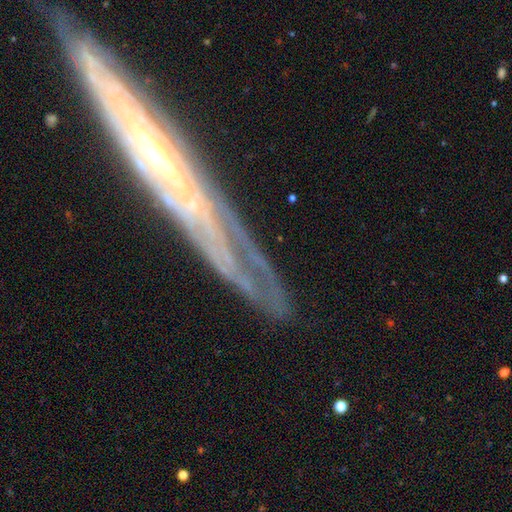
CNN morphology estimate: Q: Smooth or featured?
A: featured or disk (82%); runner-up: smooth (11%)
Q: Edge-on disk?
A: yes (55%); runner-up: no (45%)
Q: Merging?
A: none (80%); runner-up: minor disturbance (13%)